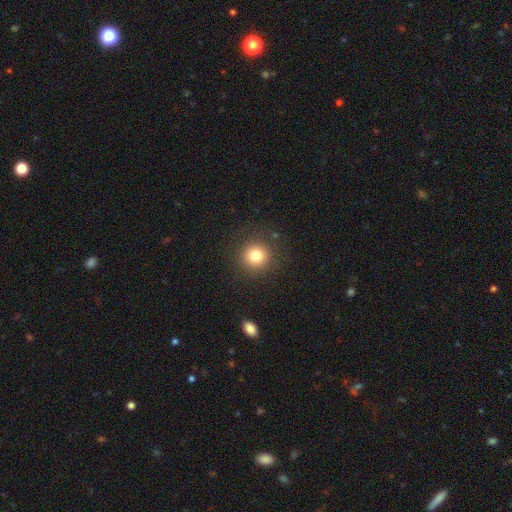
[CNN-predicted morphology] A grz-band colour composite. It shows a smooth galaxy with no disk features (80%) that is round (93%). Merging: none (88%).